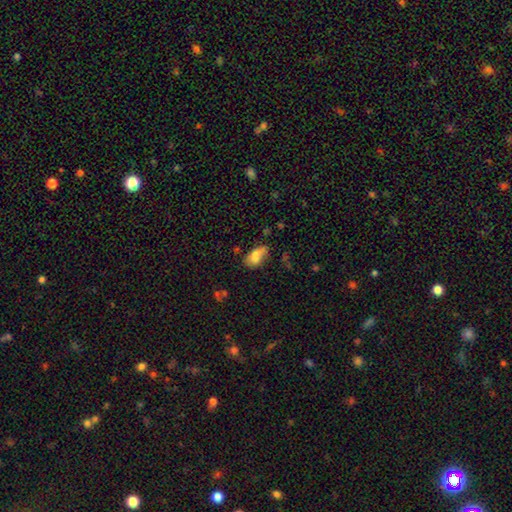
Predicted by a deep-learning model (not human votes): Smooth or featured? smooth (76%)
How rounded? in between (89%)
Merging? none (43%)